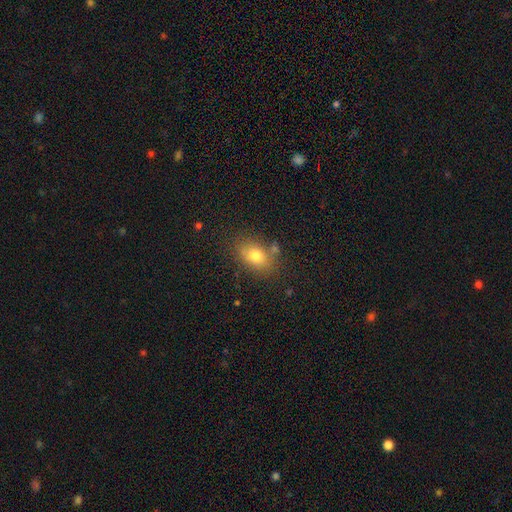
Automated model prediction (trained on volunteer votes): smooth 76%, featured or disk 13%, star or artifact 11%. Down the decision tree: how rounded — in between (75%); merging — none (75%).